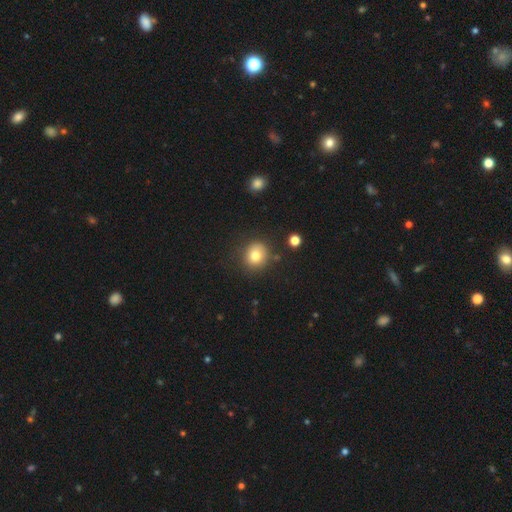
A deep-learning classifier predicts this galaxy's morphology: Q: Smooth or featured?
A: smooth (79%); runner-up: star or artifact (11%)
Q: How rounded?
A: round (82%); runner-up: in between (17%)
Q: Merging?
A: none (80%); runner-up: minor disturbance (12%)